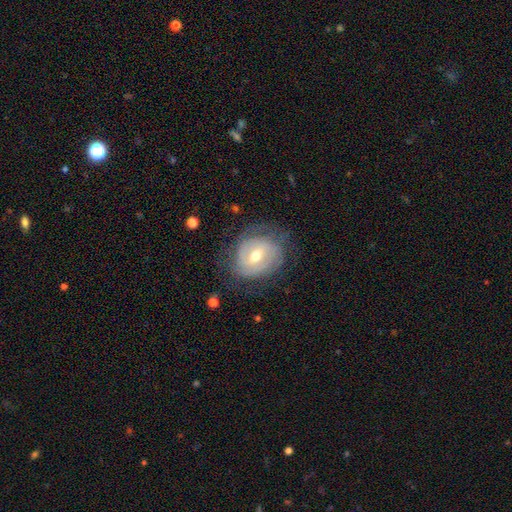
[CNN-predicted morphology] Smooth or featured? Predicted: featured or disk (p=0.71). Edge-on disk? Predicted: no (p=0.96). Bar? Predicted: weak (p=0.50). Spiral arms? Predicted: yes (p=0.76). Spiral winding? Predicted: tight (p=0.61). Spiral arm count? Predicted: can't tell (p=0.42). Bulge size? Predicted: moderate (p=0.69). Merging? Predicted: none (p=0.67).